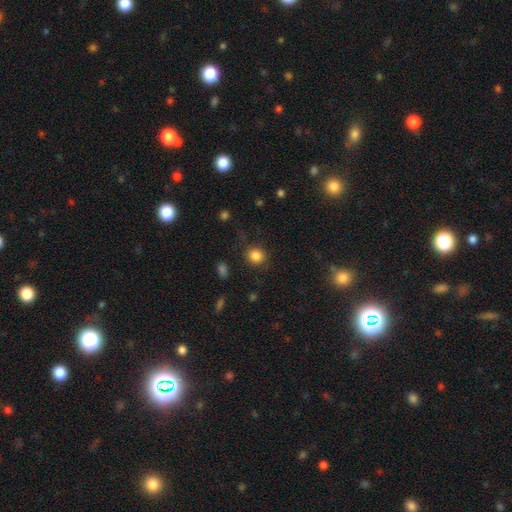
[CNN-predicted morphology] smooth 84%, star or artifact 11%, featured or disk 5%. Down the decision tree: how rounded — round (83%); merging — none (84%).